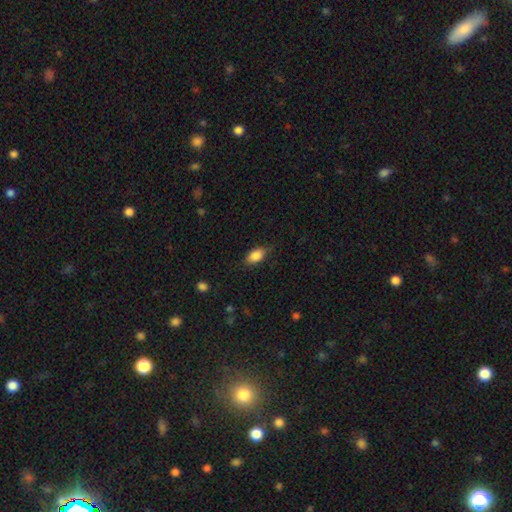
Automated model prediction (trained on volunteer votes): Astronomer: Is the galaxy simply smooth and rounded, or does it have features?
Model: smooth — 86%.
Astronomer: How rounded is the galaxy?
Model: in between — 88%.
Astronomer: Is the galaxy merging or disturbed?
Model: none — 78%.